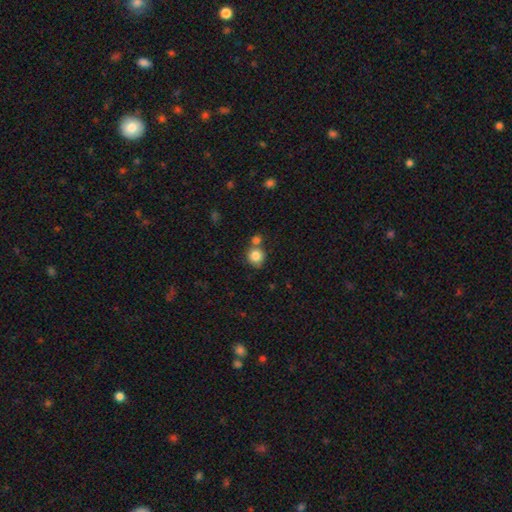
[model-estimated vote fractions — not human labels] Overall: smooth (83%). How rounded: round (87%). Merging: none (59%; merger 26%).